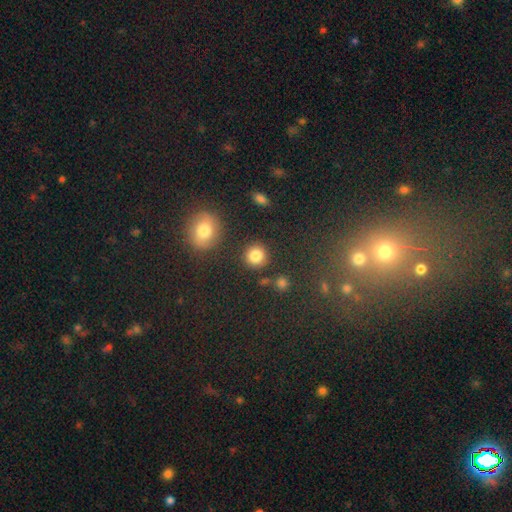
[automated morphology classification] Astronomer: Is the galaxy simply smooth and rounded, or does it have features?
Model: smooth — 84%.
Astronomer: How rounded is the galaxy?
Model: round — 90%.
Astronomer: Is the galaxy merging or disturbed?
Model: none — 85%.